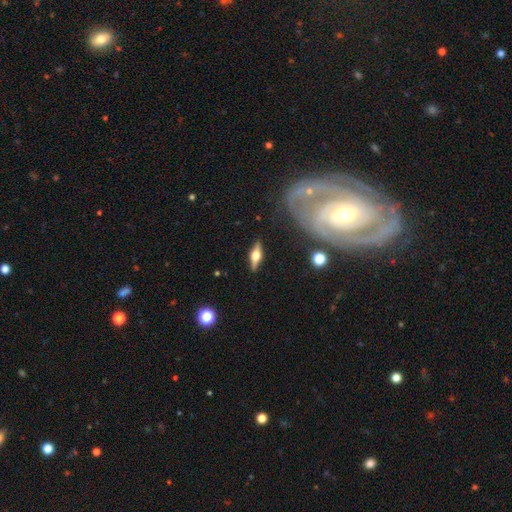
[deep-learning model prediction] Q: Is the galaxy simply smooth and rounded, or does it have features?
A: featured or disk — 65%.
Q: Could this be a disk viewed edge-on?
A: yes — 94%.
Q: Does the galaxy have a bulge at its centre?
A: rounded — 94%.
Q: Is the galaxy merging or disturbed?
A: none — 88%.